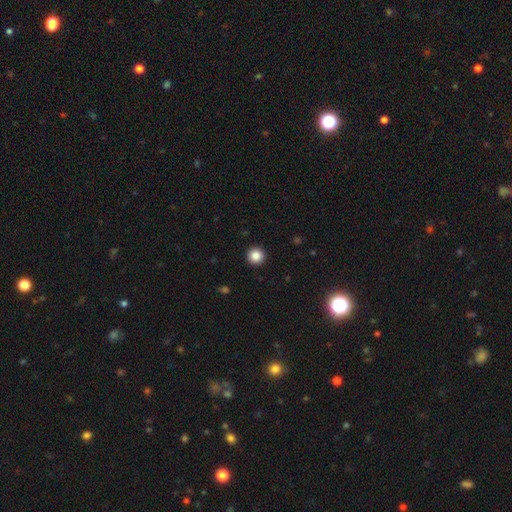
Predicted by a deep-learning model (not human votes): smooth-or-featured: smooth: 87% | star or artifact: 10% | featured or disk: 3%
  how-rounded: round: 96% | in between: 3% | cigar-shaped: 1%
  merging: none: 93% | minor disturbance: 4% | major disturbance: 2% | merger: 1%